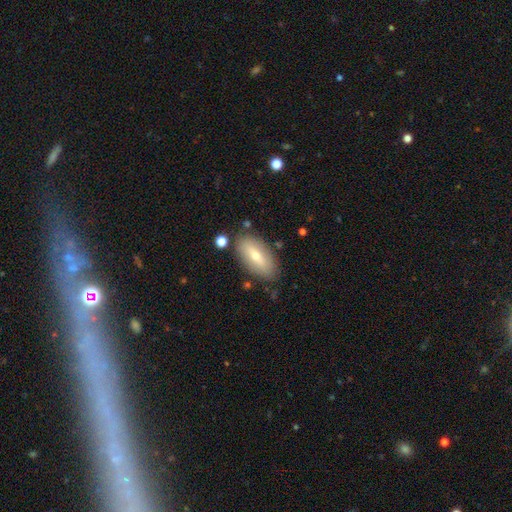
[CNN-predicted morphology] Q: Smooth or featured?
A: smooth (59%); runner-up: featured or disk (33%)
Q: How rounded?
A: in between (85%); runner-up: cigar-shaped (12%)
Q: Merging?
A: none (82%); runner-up: minor disturbance (12%)